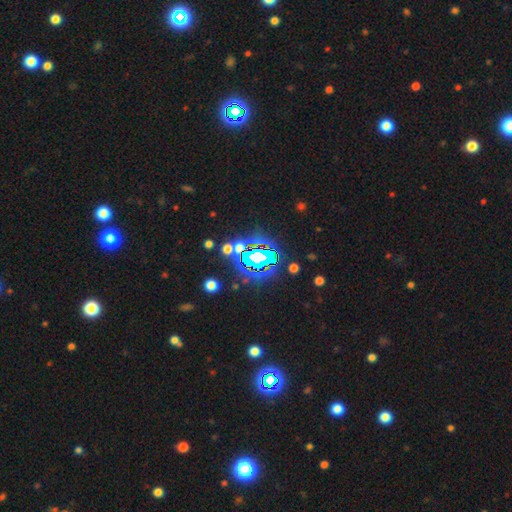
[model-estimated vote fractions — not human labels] Morphology: type=star or artifact (83%).